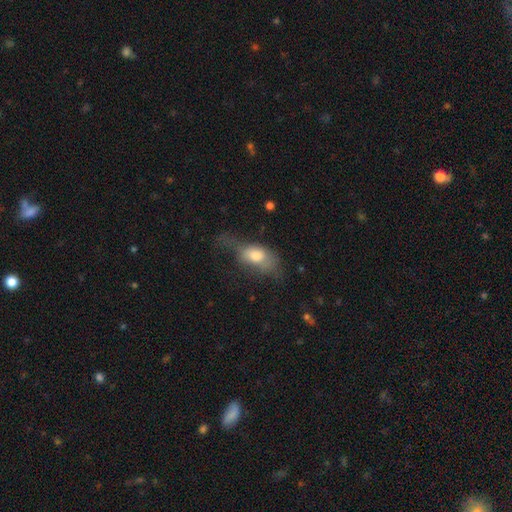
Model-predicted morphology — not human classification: This appears to be a smooth galaxy with no disk features (70%) that is in between round and cigar-shaped (83%). Merging: major disturbance (45%).